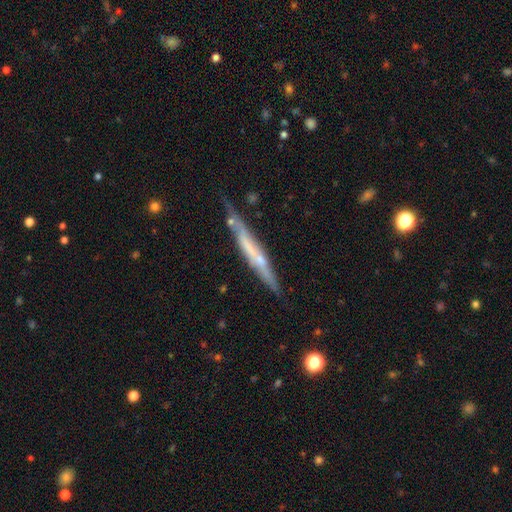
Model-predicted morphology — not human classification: Overall: featured or disk (61%; smooth 33%). Edge-on disk: yes (91%). Edge-on bulge: none (65%; rounded 25%). Merging: none (70%).